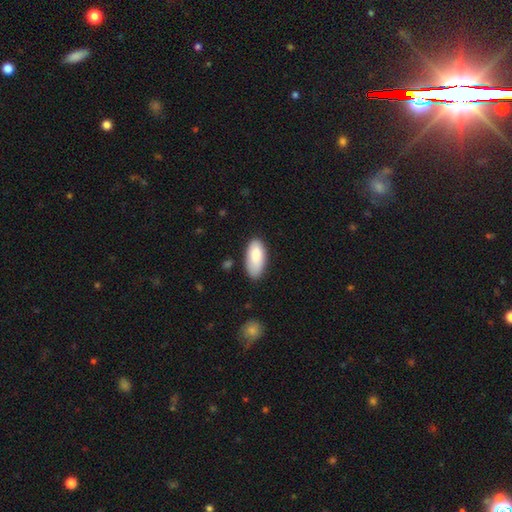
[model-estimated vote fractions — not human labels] A smooth galaxy with no disk features (87%) that is in between round and cigar-shaped (90%).

Vote fractions:
- Smooth or featured? smooth: 87% / featured or disk: 7% / star or artifact: 6%
- How rounded? in between: 90% / cigar-shaped: 8% / round: 2%
- Merging? none: 77% / minor disturbance: 18% / major disturbance: 3% / merger: 2%